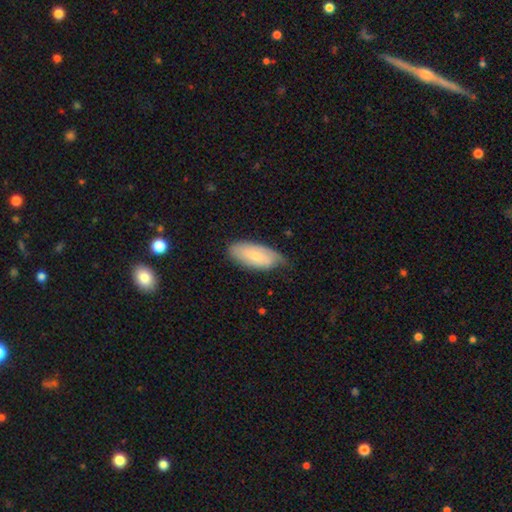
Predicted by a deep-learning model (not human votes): This is possibly a smooth galaxy (60%). How rounded: clearly in between (89%). Merging: likely none (61%).